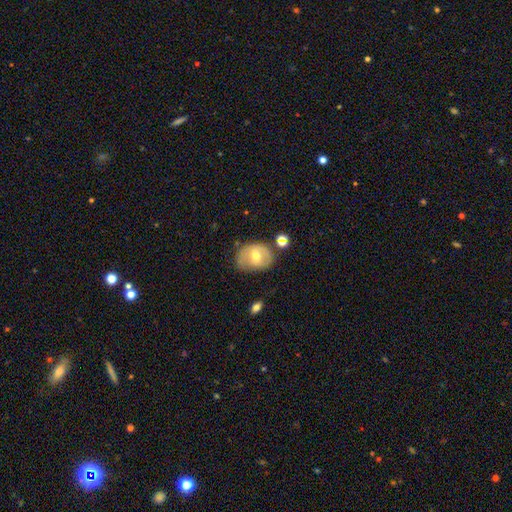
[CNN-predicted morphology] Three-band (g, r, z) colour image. It shows a smooth galaxy with no disk features (50%). Merging: none (56%).